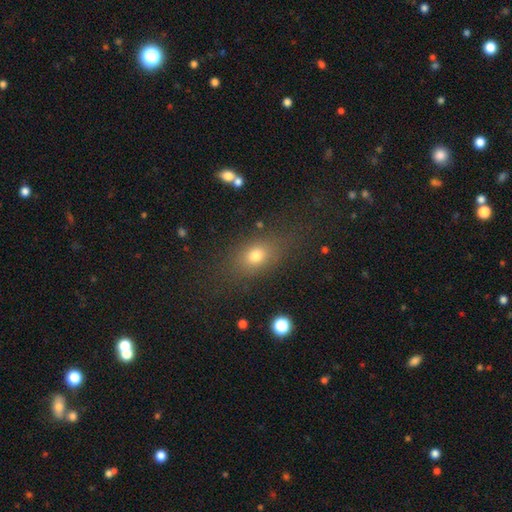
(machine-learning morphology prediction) Smooth or featured: smooth — 71% (star or artifact — 15%)
How rounded: in between — 65% (round — 27%)
Merging: none — 74% (minor disturbance — 15%)